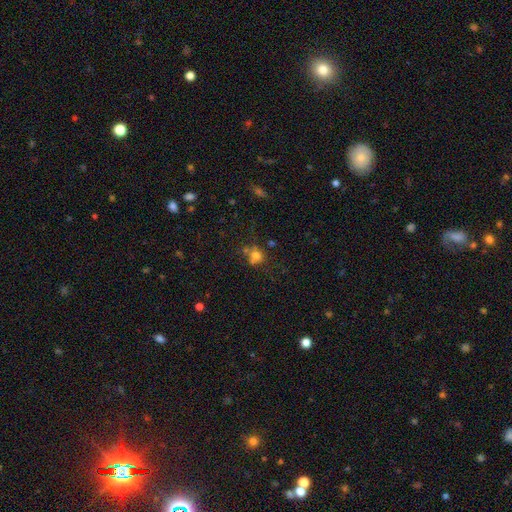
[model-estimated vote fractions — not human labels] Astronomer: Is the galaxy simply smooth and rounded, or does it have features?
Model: smooth — 69%.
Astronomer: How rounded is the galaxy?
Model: round — 74%.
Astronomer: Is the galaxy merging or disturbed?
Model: none — 52%.